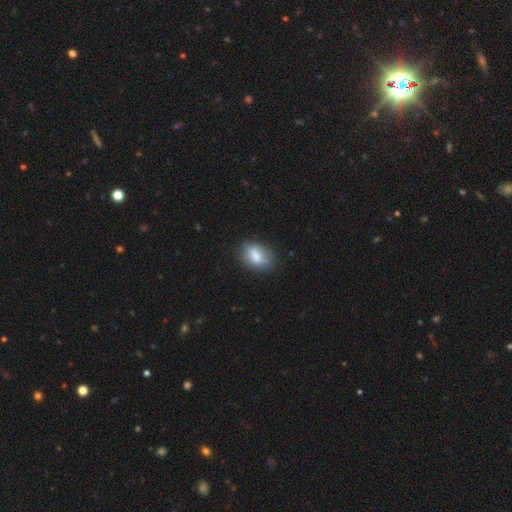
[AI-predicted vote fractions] Morphology: type=smooth (78%); roundness=in between (83%); merging=none (74%).